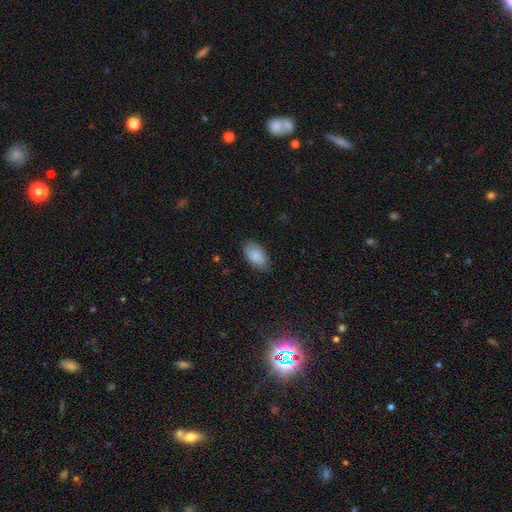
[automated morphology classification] Smooth or featured: smooth — 89% (star or artifact — 6%)
How rounded: in between — 95% (round — 3%)
Merging: none — 81% (minor disturbance — 15%)